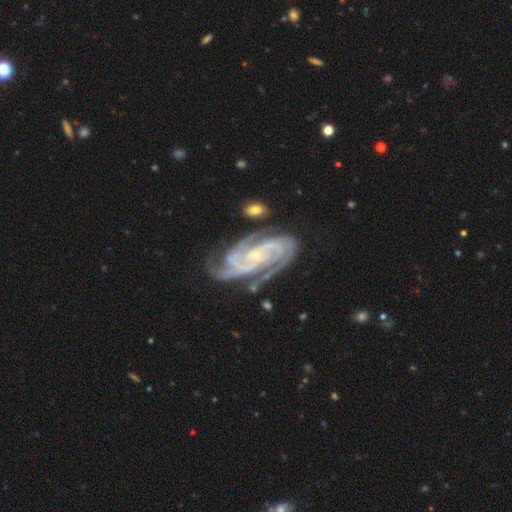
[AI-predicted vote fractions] Smooth or featured: featured or disk — 93% (star or artifact — 5%)
Edge-on disk: no — 97% (yes — 3%)
Bar: no — 57% (weak — 28%)
Spiral arms: yes — 99% (no — 1%)
Spiral winding: tight — 68% (medium — 29%)
Spiral arm count: 3 — 37% (2 — 22%)
Bulge size: small — 78% (moderate — 18%)
Merging: none — 66% (minor disturbance — 21%)